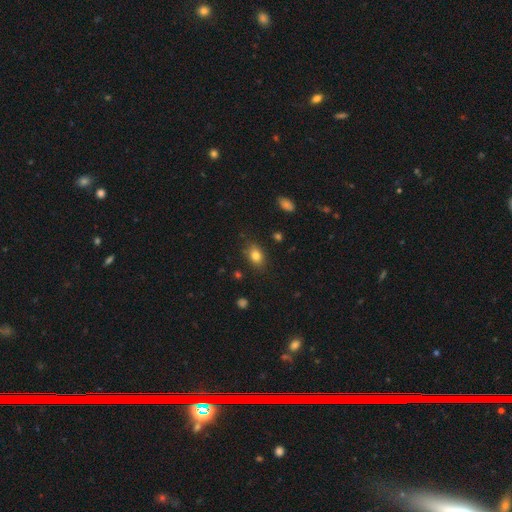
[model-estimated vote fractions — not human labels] Smooth or featured? smooth (81%)
How rounded? in between (79%)
Merging? none (81%)